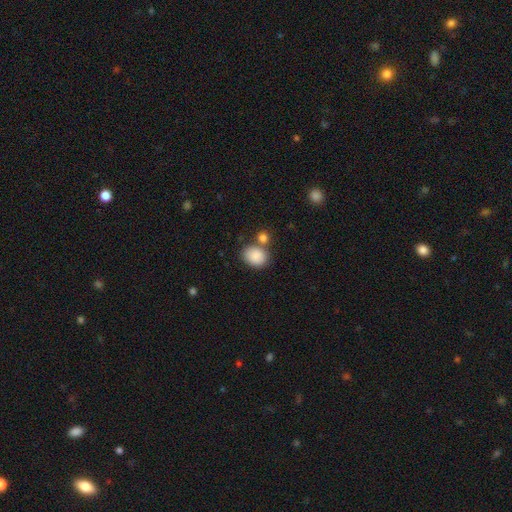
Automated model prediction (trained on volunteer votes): Morphology: type=smooth (87%); roundness=in between (51%); merging=none (59%).